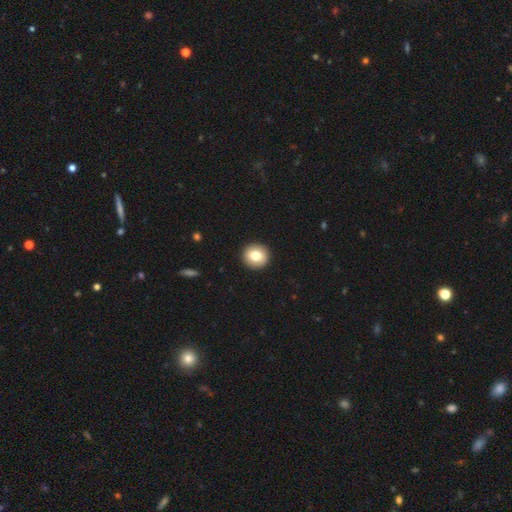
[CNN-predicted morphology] The model was most divided on "smooth or featured": smooth: 77%, featured or disk: 15%, star or artifact: 9%. More confident: how rounded — round (94%); merging — none (93%).